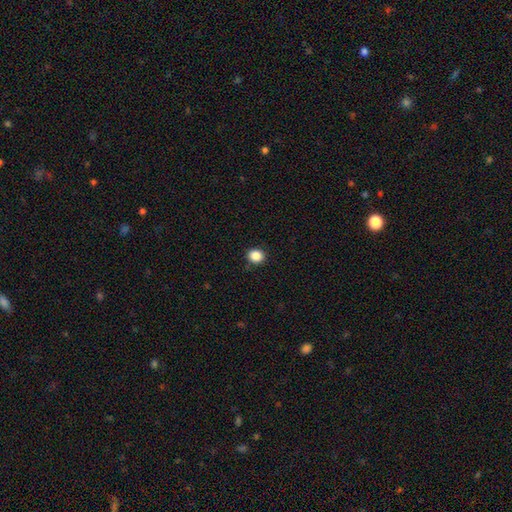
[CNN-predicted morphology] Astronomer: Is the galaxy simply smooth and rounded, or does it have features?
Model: smooth — 87%.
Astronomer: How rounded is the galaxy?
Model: round — 80%.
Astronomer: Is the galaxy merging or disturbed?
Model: none — 90%.